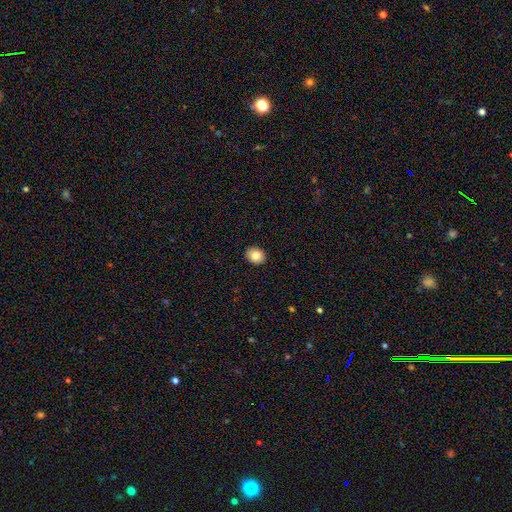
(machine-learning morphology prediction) Smooth or featured? Predicted: smooth (p=0.84). How rounded? Predicted: round (p=0.54). Merging? Predicted: none (p=0.91).